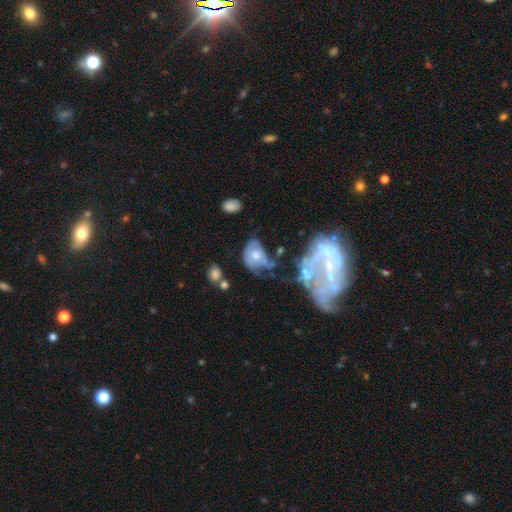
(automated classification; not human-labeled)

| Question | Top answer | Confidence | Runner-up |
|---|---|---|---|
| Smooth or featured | smooth | 47% | featured or disk (43%) |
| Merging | major disturbance | 33% | none (25%) |